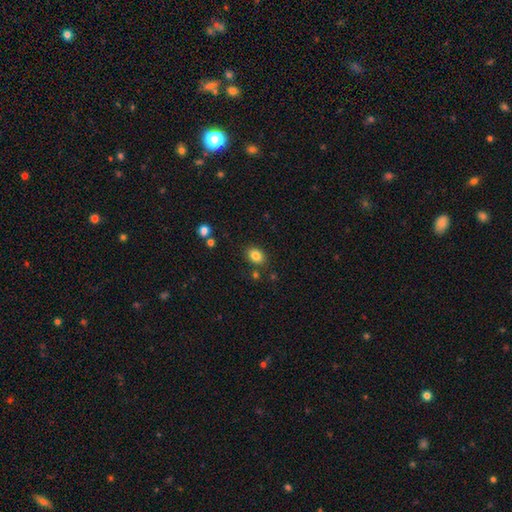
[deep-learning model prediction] Overall: smooth (84%). How rounded: in between (67%; round 32%). Merging: none (83%).